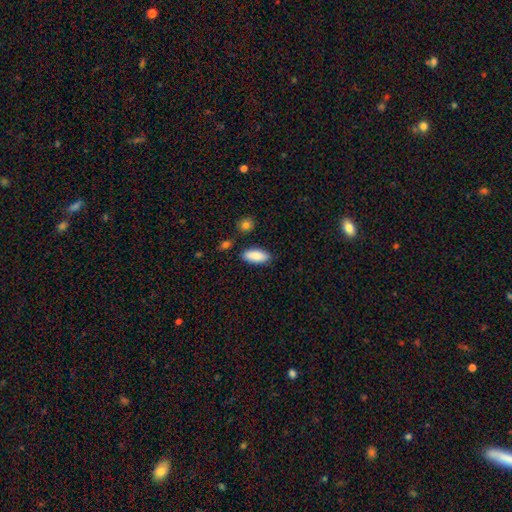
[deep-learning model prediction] A smooth galaxy with no disk features (89%) that is in between round and cigar-shaped (84%). Merging: none (84%).